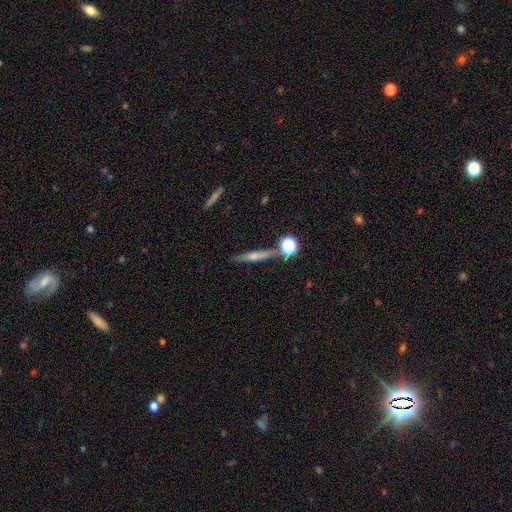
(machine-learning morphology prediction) Smooth or featured? Predicted: featured or disk (p=0.50). Merging? Predicted: none (p=0.78).